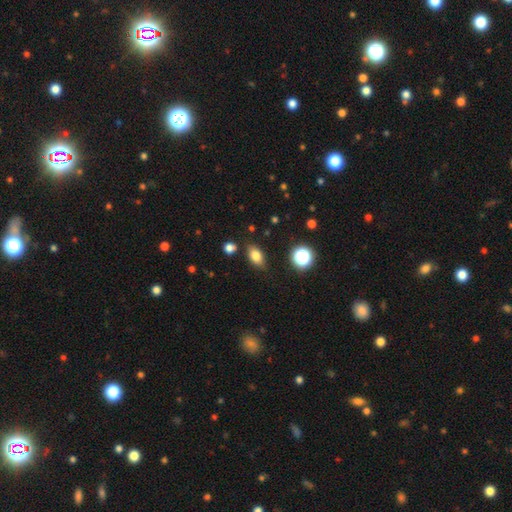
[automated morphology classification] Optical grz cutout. It shows a smooth galaxy with no disk features (80%) that is in between round and cigar-shaped (84%). Merging: none (83%).